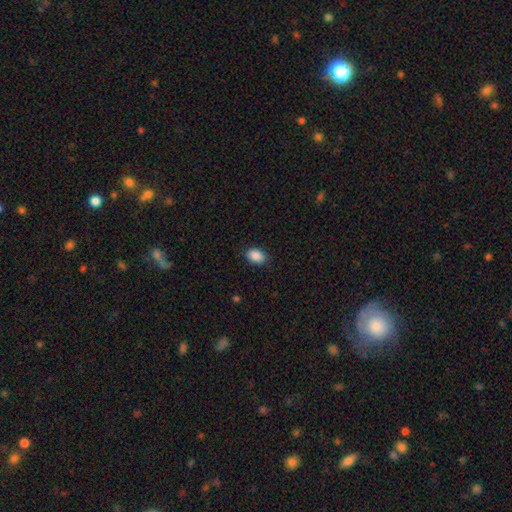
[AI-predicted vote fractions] smooth-or-featured: smooth: 89% | star or artifact: 8% | featured or disk: 3%
  how-rounded: in between: 82% | round: 17% | cigar-shaped: 1%
  merging: none: 85% | minor disturbance: 12% | major disturbance: 3% | merger: 1%